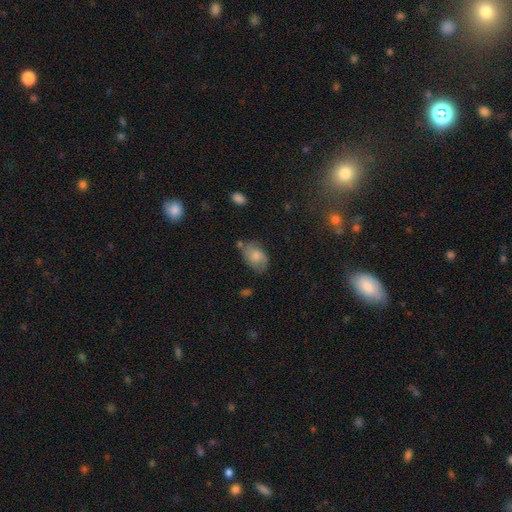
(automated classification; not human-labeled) This is likely a smooth galaxy (64%). How rounded: clearly in between (87%). Merging: possibly none (58%).